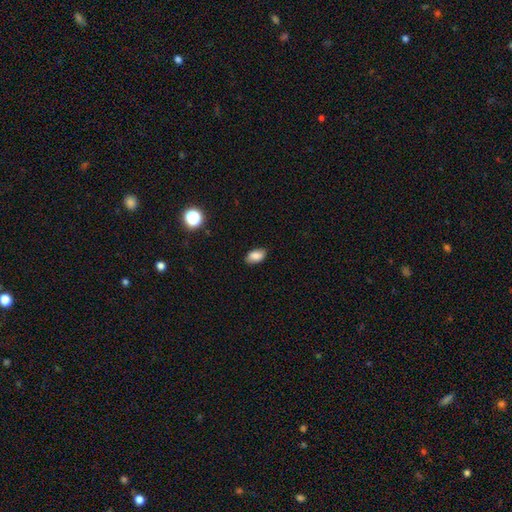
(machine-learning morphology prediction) smooth_or_featured: smooth (p=0.84) [alt: star or artifact p=0.09]
how_rounded: in between (p=0.91) [alt: round p=0.07]
merging: none (p=0.83) [alt: minor disturbance p=0.13]